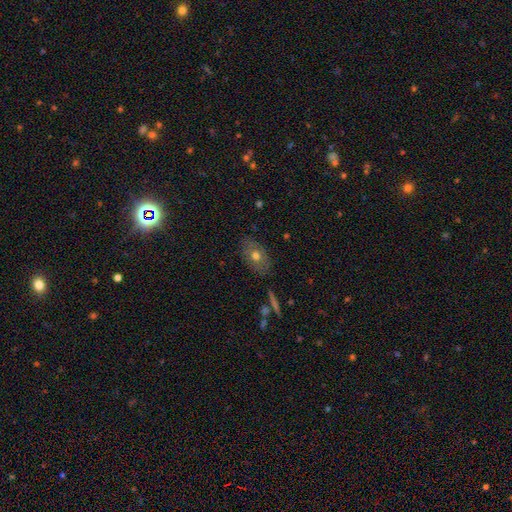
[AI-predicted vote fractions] The model was most divided on "smooth or featured": smooth: 56%, featured or disk: 32%, star or artifact: 11%. More confident: how rounded — in between (84%); merging — none (82%).